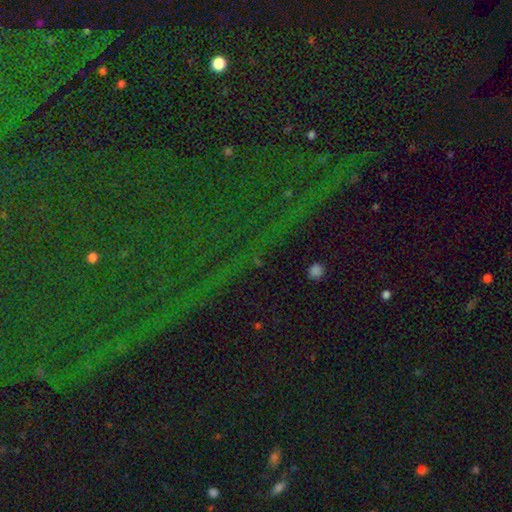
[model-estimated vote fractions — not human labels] star or artifact 85%, smooth 7%, featured or disk 7%.